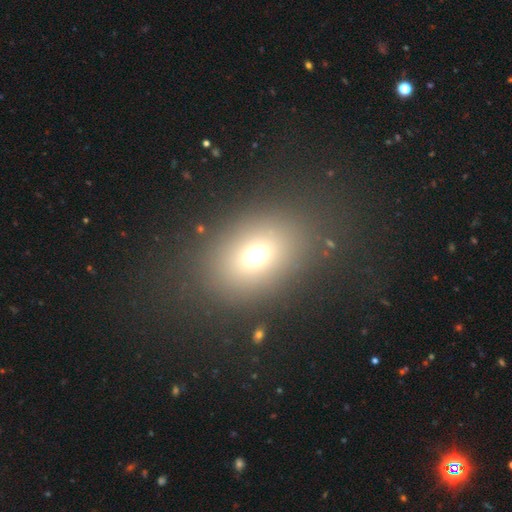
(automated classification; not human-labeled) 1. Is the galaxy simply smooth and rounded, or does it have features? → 68% smooth, 20% star or artifact, 12% featured or disk.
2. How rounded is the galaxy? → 61% in between, 38% round, 2% cigar-shaped.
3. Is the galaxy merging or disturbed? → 82% none, 9% minor disturbance, 7% major disturbance, 2% merger.